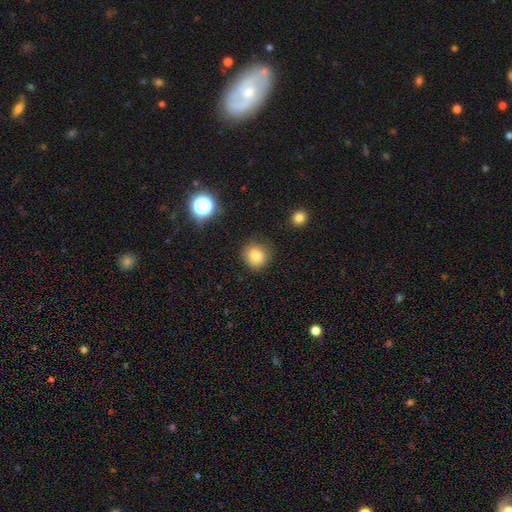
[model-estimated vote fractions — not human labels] smooth_or_featured: smooth (p=0.82) [alt: star or artifact p=0.12]
how_rounded: round (p=0.88) [alt: in between p=0.11]
merging: none (p=0.86) [alt: minor disturbance p=0.09]